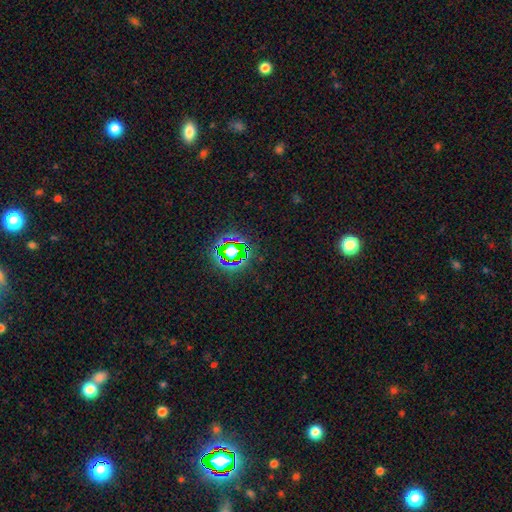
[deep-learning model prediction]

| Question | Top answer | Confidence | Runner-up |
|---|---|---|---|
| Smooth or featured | star or artifact | 67% | smooth (24%) |